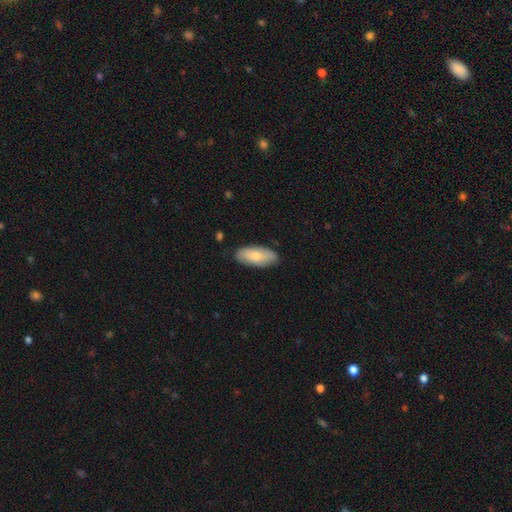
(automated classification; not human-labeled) Smooth or featured? Predicted: smooth (p=0.73). How rounded? Predicted: in between (p=0.87). Merging? Predicted: none (p=0.83).